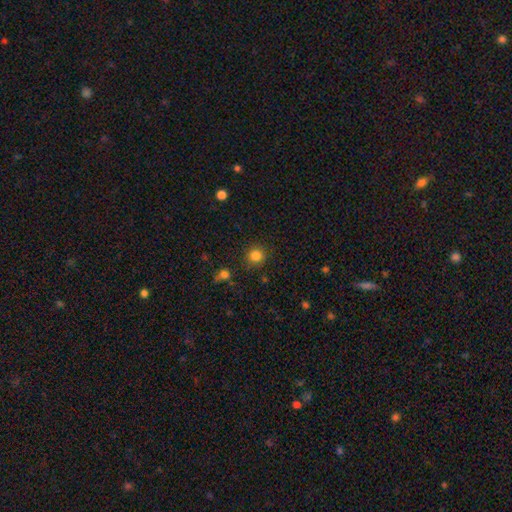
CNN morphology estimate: Smooth or featured: smooth — 83% (star or artifact — 12%)
How rounded: round — 91% (in between — 9%)
Merging: none — 86% (minor disturbance — 8%)